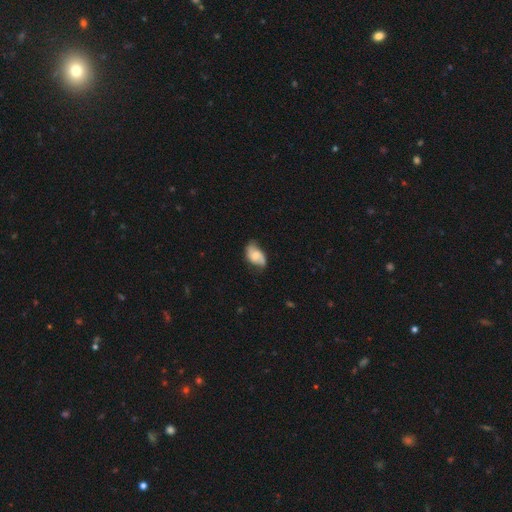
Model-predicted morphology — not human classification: A smooth galaxy with no disk features (47%). Merging: none (55%).